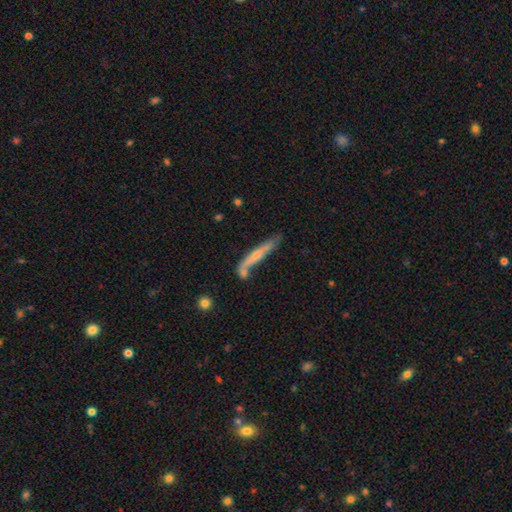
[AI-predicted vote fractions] The model was most divided on "smooth or featured": smooth: 48%, featured or disk: 46%, star or artifact: 6%. More confident: merging — none (53%).